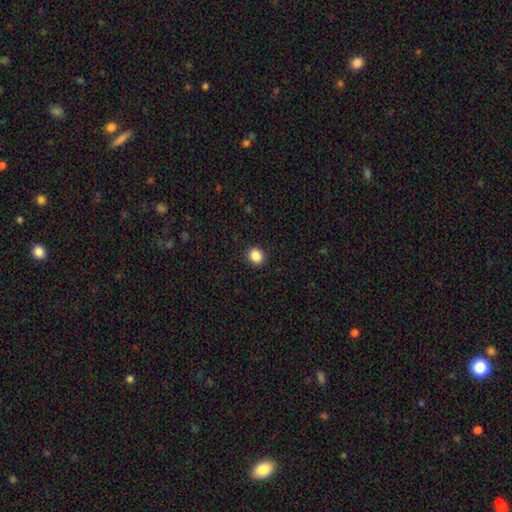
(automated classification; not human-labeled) Smooth or featured?
  - smooth: 87% *
  - star or artifact: 10%
  - featured or disk: 3%
How rounded?
  - round: 74% *
  - in between: 25%
  - cigar-shaped: 1%
Merging?
  - none: 91% *
  - minor disturbance: 6%
  - major disturbance: 2%
  - merger: 1%